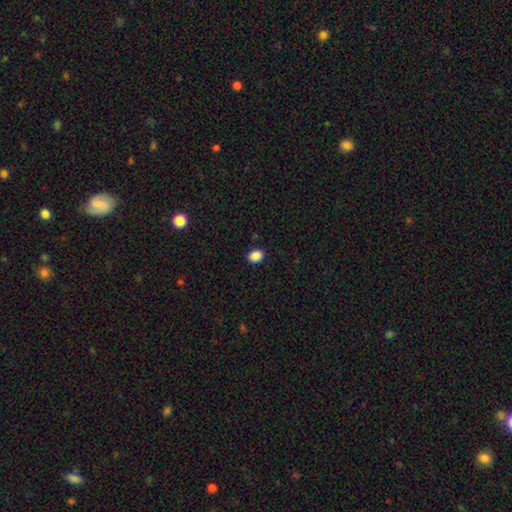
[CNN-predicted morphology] type=smooth (88%); roundness=in between (59%); merging=none (89%).